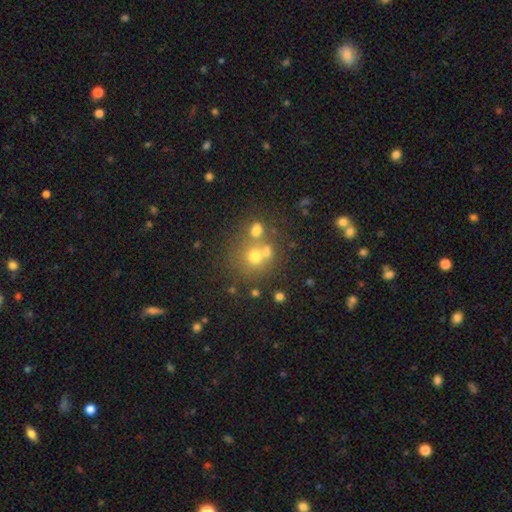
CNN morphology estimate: Q: Smooth or featured?
A: smooth (63%); runner-up: star or artifact (20%)
Q: How rounded?
A: round (86%); runner-up: in between (13%)
Q: Merging?
A: none (53%); runner-up: merger (33%)